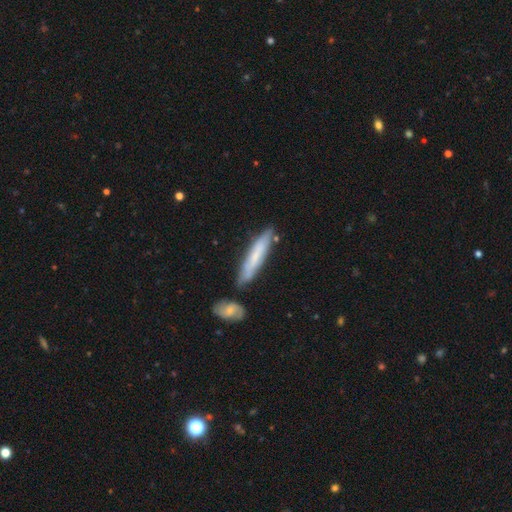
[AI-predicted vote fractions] Overall: smooth (58%; featured or disk 36%). How rounded: cigar-shaped (89%). Merging: none (73%).